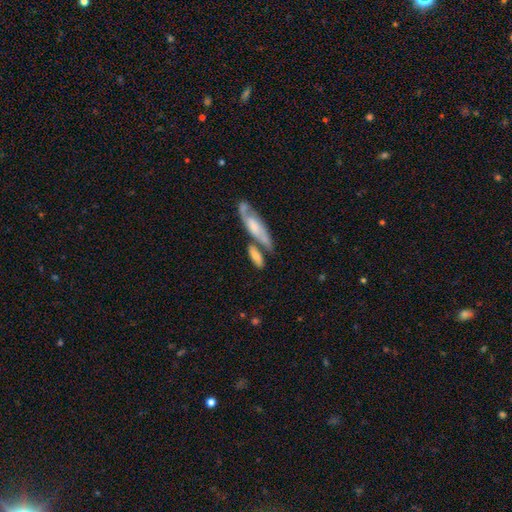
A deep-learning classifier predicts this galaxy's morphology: Q: Smooth or featured?
A: smooth (64%); runner-up: featured or disk (30%)
Q: How rounded?
A: in between (54%); runner-up: cigar-shaped (42%)
Q: Merging?
A: none (41%); runner-up: merger (40%)